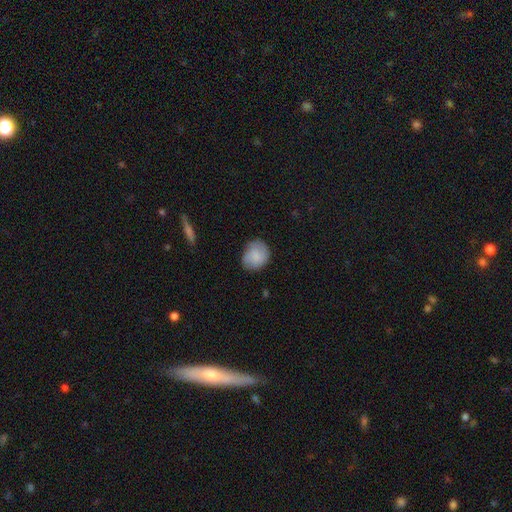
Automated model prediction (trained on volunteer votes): Smooth or featured? Predicted: smooth (p=0.76). How rounded? Predicted: round (p=0.62). Merging? Predicted: none (p=0.68).